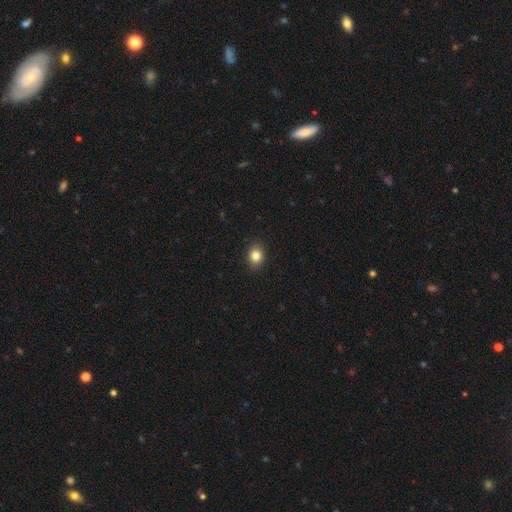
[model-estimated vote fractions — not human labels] smooth_or_featured: smooth (p=0.84) [alt: star or artifact p=0.10]
how_rounded: in between (p=0.51) [alt: round p=0.48]
merging: none (p=0.89) [alt: minor disturbance p=0.08]